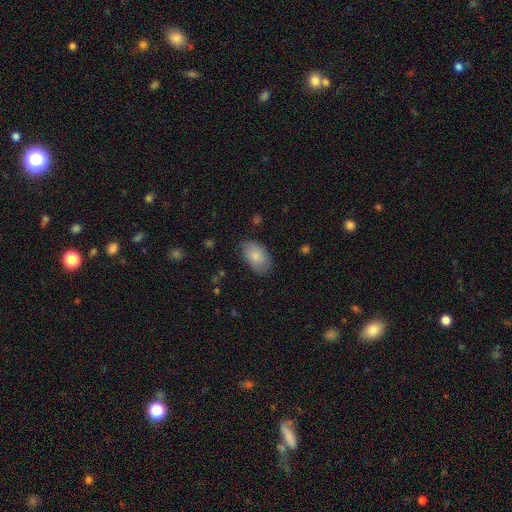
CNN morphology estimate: Smooth or featured?
  - smooth: 81% *
  - featured or disk: 13%
  - star or artifact: 6%
How rounded?
  - in between: 92% *
  - round: 7%
  - cigar-shaped: 1%
Merging?
  - none: 77% *
  - minor disturbance: 18%
  - major disturbance: 4%
  - merger: 1%